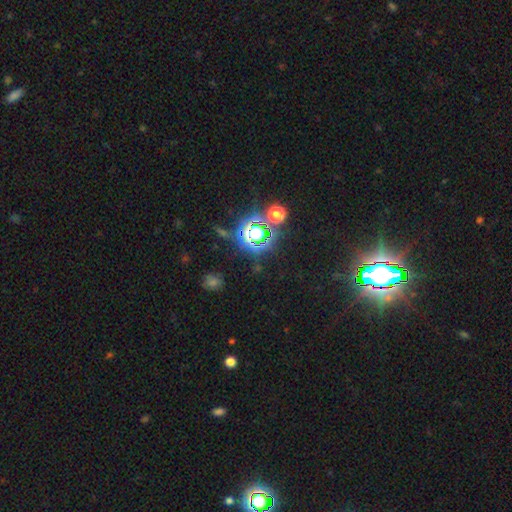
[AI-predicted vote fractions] smooth-or-featured: star or artifact: 79% | smooth: 14% | featured or disk: 8%